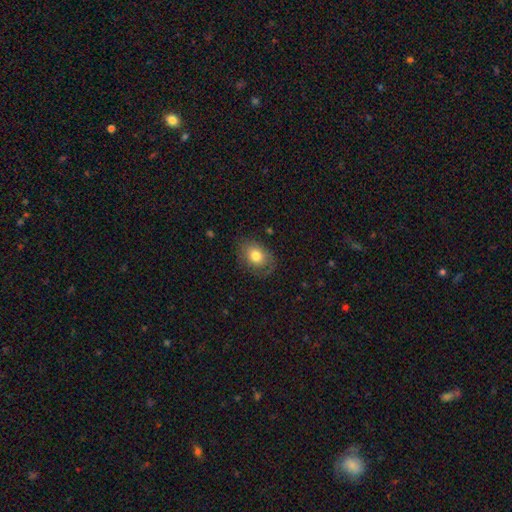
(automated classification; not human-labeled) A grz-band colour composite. It shows a smooth galaxy with no disk features (75%) that is in between round and cigar-shaped (69%). Merging: none (74%).